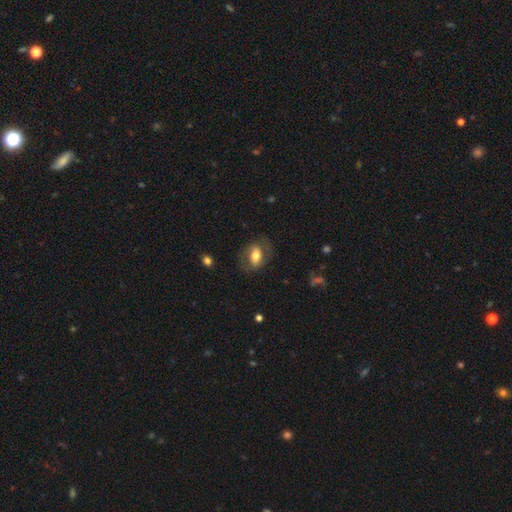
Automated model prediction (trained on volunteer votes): smooth 61%, featured or disk 32%, star or artifact 7%. Down the decision tree: how rounded — in between (80%); merging — none (70%).